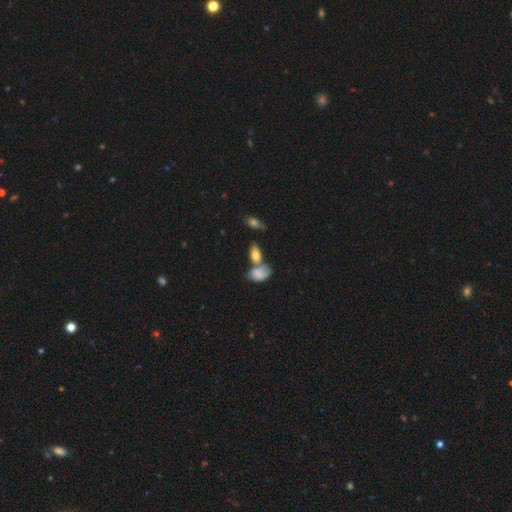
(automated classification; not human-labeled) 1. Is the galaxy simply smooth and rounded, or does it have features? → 70% smooth, 21% featured or disk, 10% star or artifact.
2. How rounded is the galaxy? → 87% in between, 9% round, 4% cigar-shaped.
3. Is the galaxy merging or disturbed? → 42% merger, 35% none, 15% minor disturbance, 7% major disturbance.